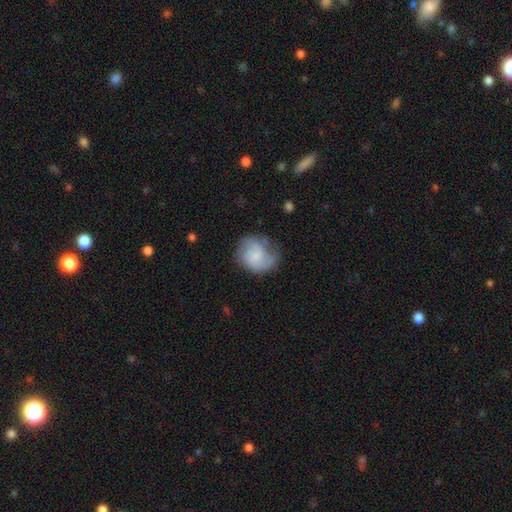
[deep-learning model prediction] A featured or disk galaxy (46%, tied with smooth).

Vote fractions:
- Smooth or featured? featured or disk: 46% (tied) / smooth: 46% (tied) / star or artifact: 8%
- Merging? none: 50% / minor disturbance: 28% / major disturbance: 19% / merger: 3%